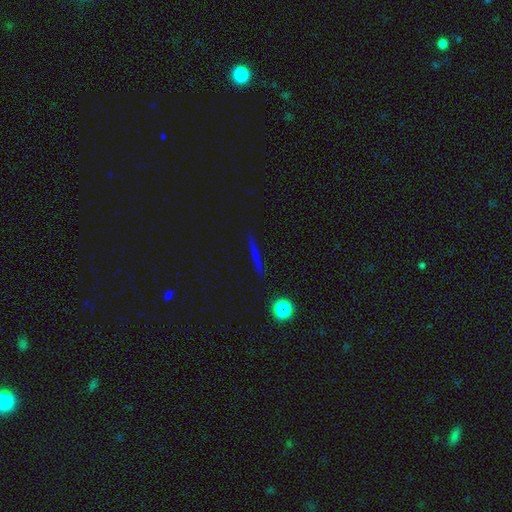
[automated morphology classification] This is marginally a smooth galaxy (44%). Merging: clearly none (90%).